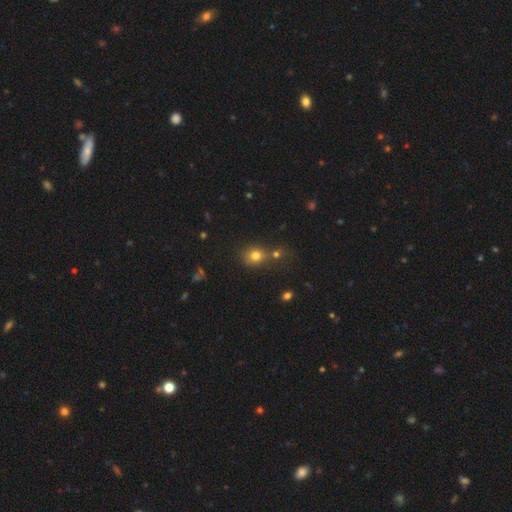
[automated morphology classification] Smooth or featured: smooth — 75% (star or artifact — 16%)
How rounded: round — 74% (in between — 25%)
Merging: none — 54% (merger — 30%)